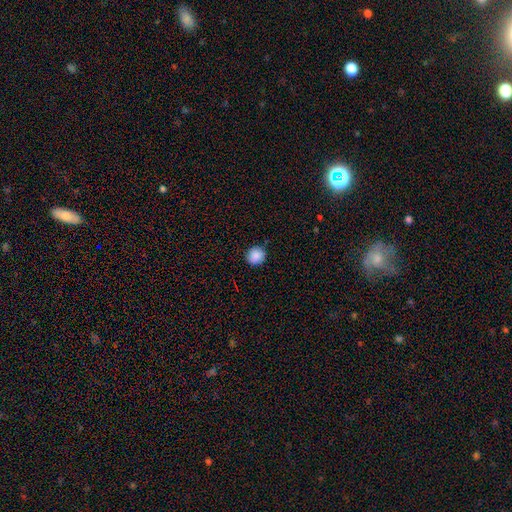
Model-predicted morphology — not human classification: A smooth galaxy with no disk features (88%) that is round (90%).

Vote fractions:
- Smooth or featured? smooth: 88% / star or artifact: 9% / featured or disk: 3%
- How rounded? round: 90% / in between: 9% / cigar-shaped: 1%
- Merging? none: 87% / minor disturbance: 10% / major disturbance: 2% / merger: 1%